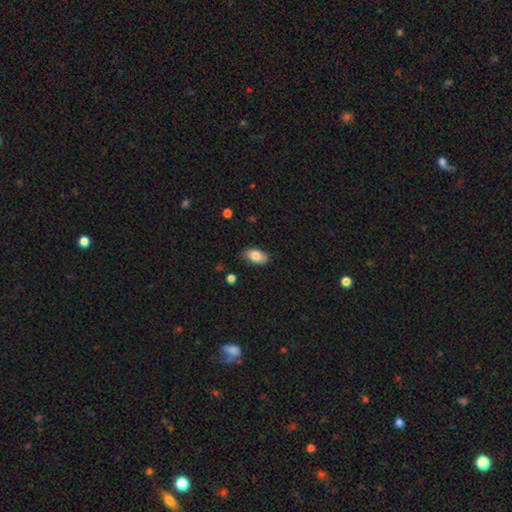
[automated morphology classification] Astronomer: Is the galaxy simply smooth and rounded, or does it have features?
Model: smooth — 84%.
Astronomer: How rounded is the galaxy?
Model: in between — 92%.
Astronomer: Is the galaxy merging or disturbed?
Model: none — 85%.